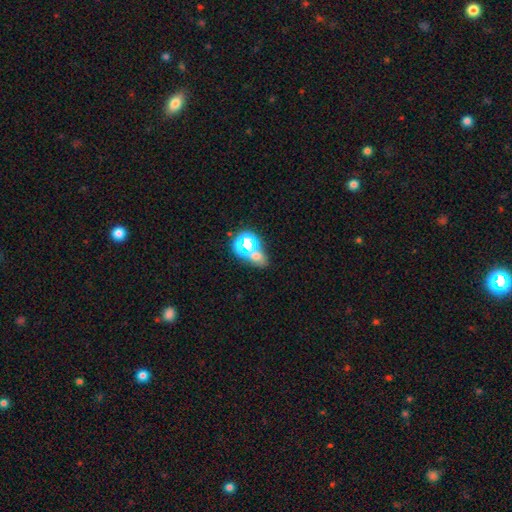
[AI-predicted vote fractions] Morphology: type=star or artifact (44%).